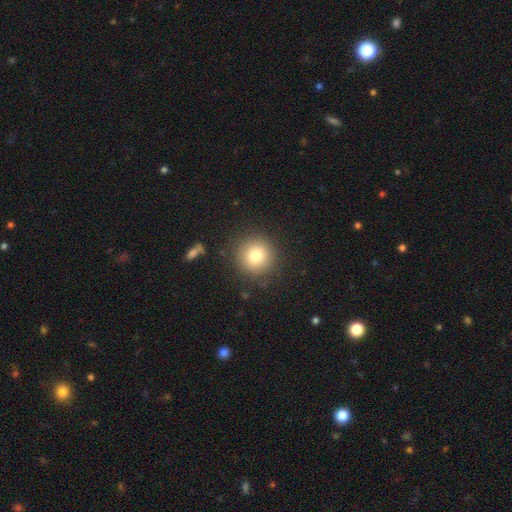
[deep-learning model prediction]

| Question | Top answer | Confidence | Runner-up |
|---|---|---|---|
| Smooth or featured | smooth | 80% | star or artifact (11%) |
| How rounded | round | 93% | in between (6%) |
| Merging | none | 88% | minor disturbance (8%) |